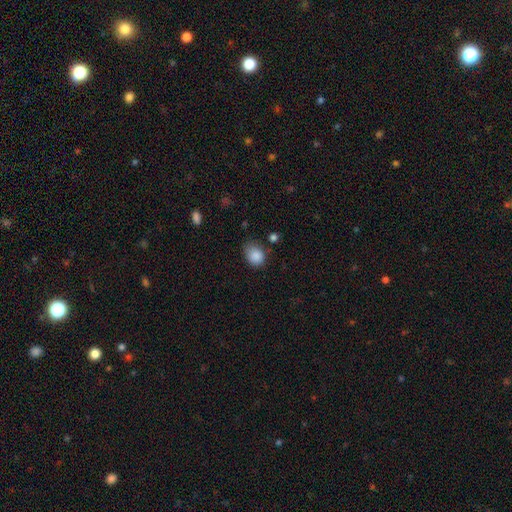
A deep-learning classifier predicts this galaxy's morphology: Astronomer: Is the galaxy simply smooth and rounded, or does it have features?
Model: smooth — 87%.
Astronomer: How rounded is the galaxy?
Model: round — 53% (runner-up: in between, 46%).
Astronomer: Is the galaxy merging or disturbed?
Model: none — 59%.